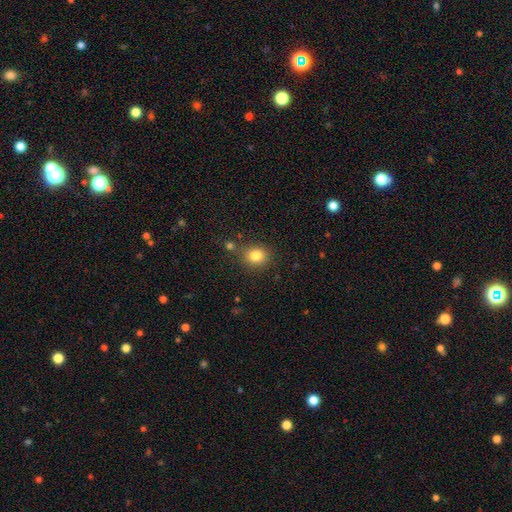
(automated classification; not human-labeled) A smooth galaxy with no disk features (82%) that is round (76%). Merging: none (78%).